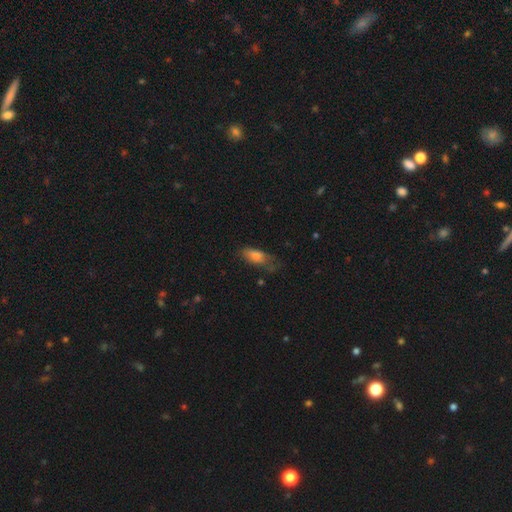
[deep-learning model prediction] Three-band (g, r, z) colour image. It shows a smooth galaxy with no disk features (71%) that is in between round and cigar-shaped (74%). Merging: none (45%).